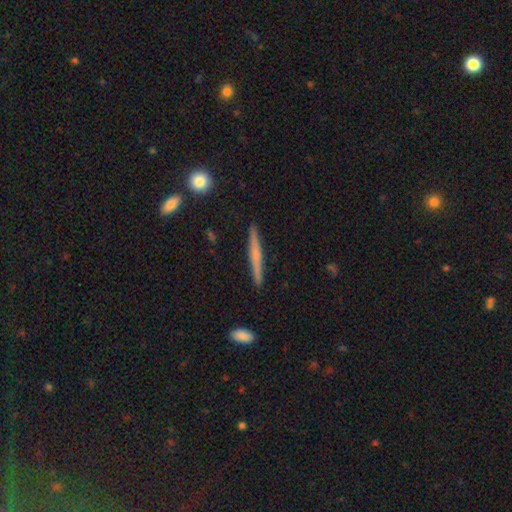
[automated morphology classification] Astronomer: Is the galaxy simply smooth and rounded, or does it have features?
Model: featured or disk — 52% (runner-up: smooth, 42%).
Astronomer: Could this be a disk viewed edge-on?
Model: yes — 98%.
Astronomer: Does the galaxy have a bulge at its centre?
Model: none — 49% (runner-up: rounded, 40%).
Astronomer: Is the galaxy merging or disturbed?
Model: none — 92%.